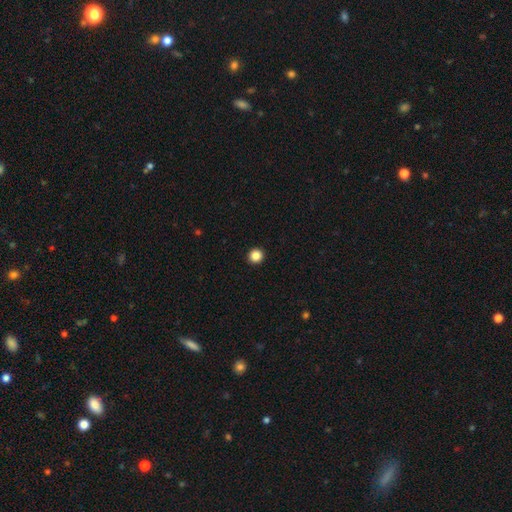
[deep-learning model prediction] Smooth or featured? smooth (86%)
How rounded? round (94%)
Merging? none (94%)